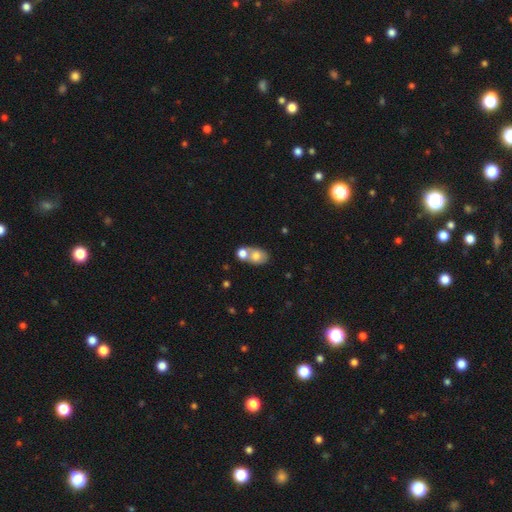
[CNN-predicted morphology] smooth 74%, featured or disk 17%, star or artifact 9%. Down the decision tree: how rounded — in between (68%); merging — merger (51%).